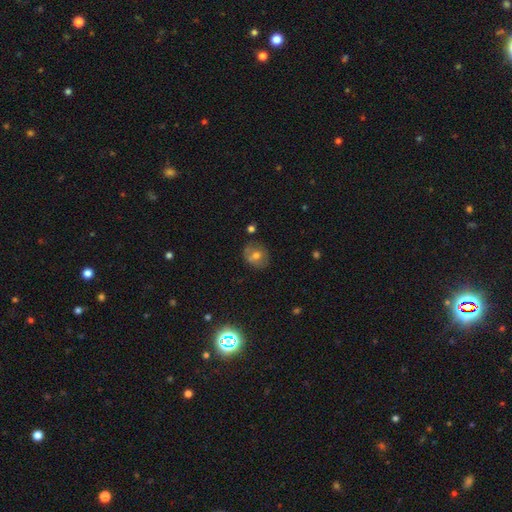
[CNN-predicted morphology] smooth 57%, featured or disk 32%, star or artifact 11%. Down the decision tree: how rounded — round (66%); merging — none (69%).